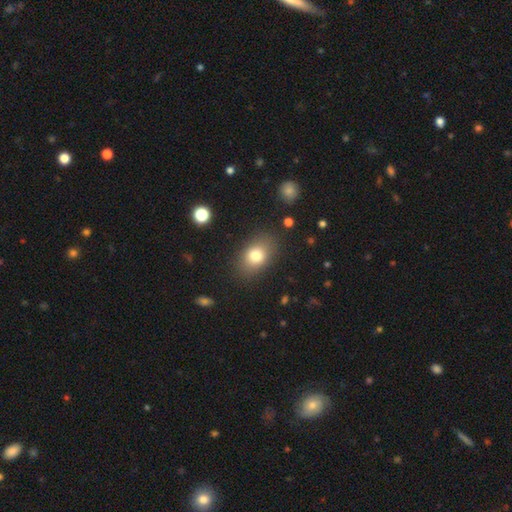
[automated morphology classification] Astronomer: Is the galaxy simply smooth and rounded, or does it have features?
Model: smooth — 79%.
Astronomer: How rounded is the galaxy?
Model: in between — 73%.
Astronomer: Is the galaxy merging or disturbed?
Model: none — 82%.